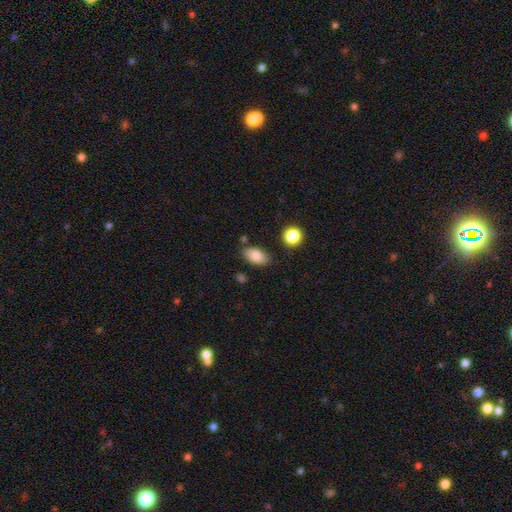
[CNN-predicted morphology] smooth-or-featured: smooth: 83% | featured or disk: 9% | star or artifact: 8%
  how-rounded: in between: 91% | round: 6% | cigar-shaped: 3%
  merging: none: 80% | minor disturbance: 13% | merger: 4% | major disturbance: 3%